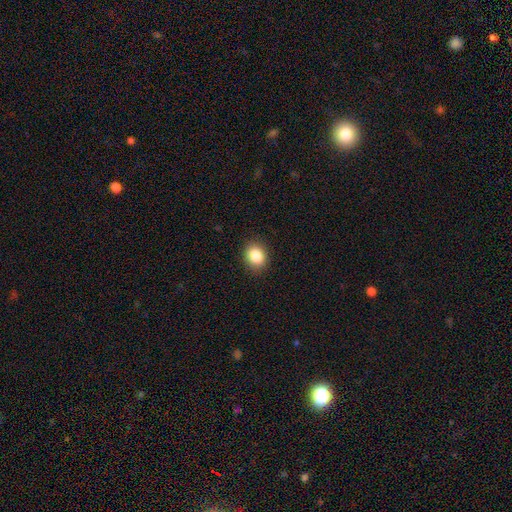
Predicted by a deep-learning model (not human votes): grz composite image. It shows a smooth galaxy with no disk features (85%) that is round (56%). Merging: none (89%).